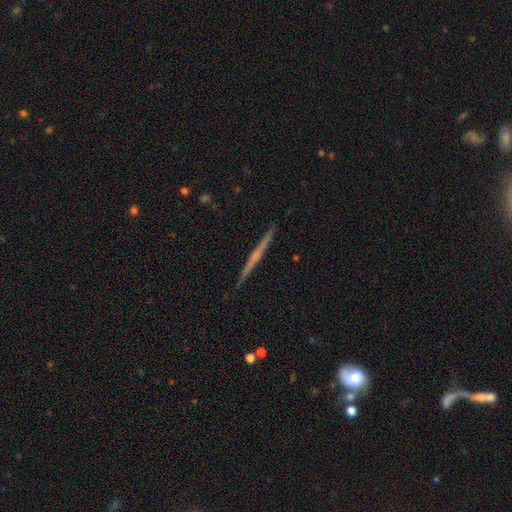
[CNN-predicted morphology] The model was most divided on "smooth or featured": featured or disk: 66%, smooth: 28%, star or artifact: 6%. More confident: edge-on disk — yes (98%); merging — none (92%); edge-on bulge — none (71%).